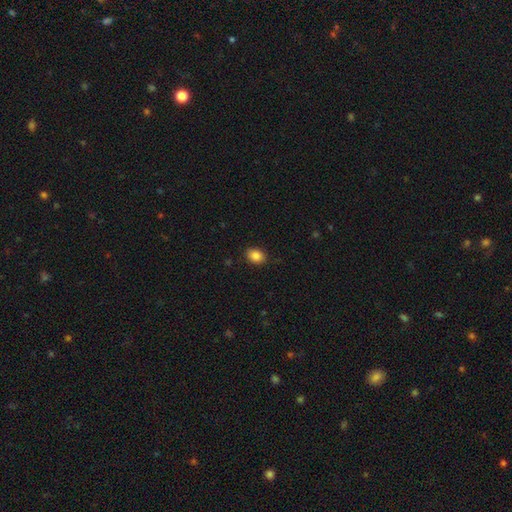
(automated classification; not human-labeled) The model was most divided on "how rounded": in between: 67%, round: 32%, cigar-shaped: 1%. More confident: merging — none (87%); smooth or featured — smooth (86%).